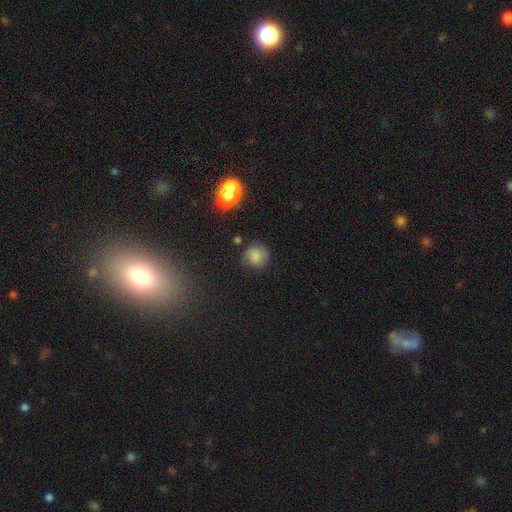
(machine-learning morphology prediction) smooth 71%, featured or disk 16%, star or artifact 14%. Down the decision tree: how rounded — round (85%); merging — none (70%).